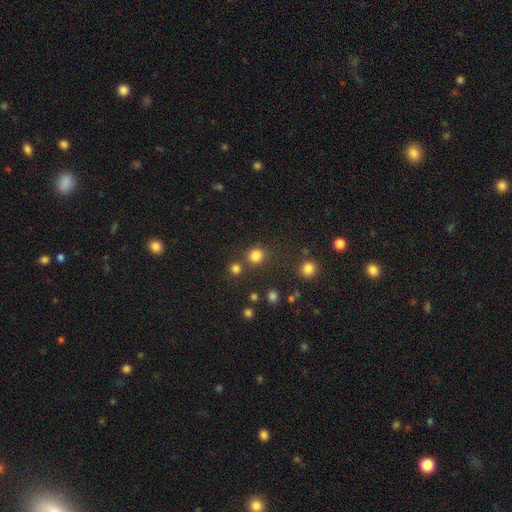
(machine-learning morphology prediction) Smooth or featured? smooth (81%)
How rounded? round (86%)
Merging? none (73%)